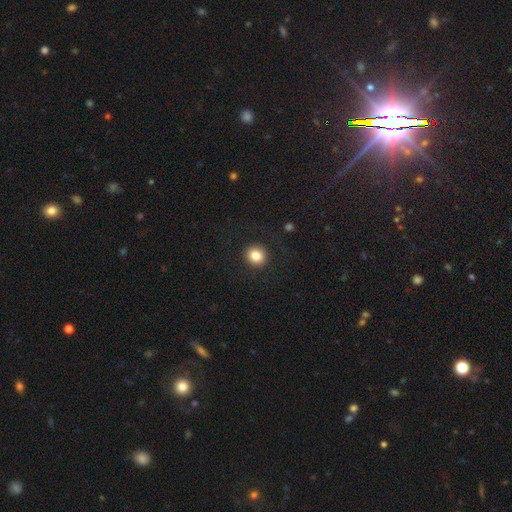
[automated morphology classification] Smooth or featured: smooth — 84% (star or artifact — 10%)
How rounded: round — 90% (in between — 9%)
Merging: none — 91% (minor disturbance — 6%)